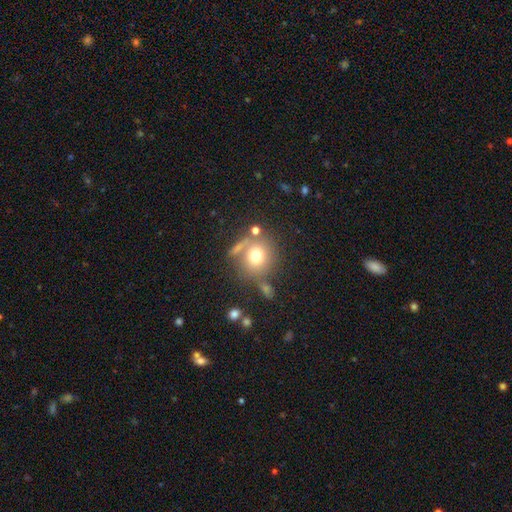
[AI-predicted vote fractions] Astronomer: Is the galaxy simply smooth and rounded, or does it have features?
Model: smooth — 71%.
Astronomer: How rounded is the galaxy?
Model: round — 85%.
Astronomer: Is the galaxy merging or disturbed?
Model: none — 60%.